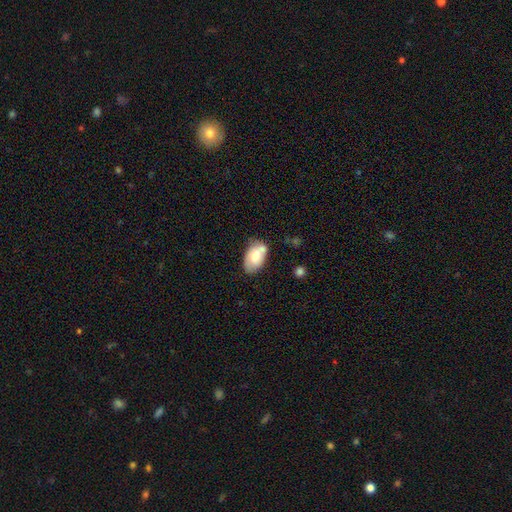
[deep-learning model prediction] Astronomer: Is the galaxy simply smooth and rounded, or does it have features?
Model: smooth — 65%.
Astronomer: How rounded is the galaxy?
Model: in between — 92%.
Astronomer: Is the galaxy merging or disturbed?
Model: none — 51% (runner-up: minor disturbance, 27%).